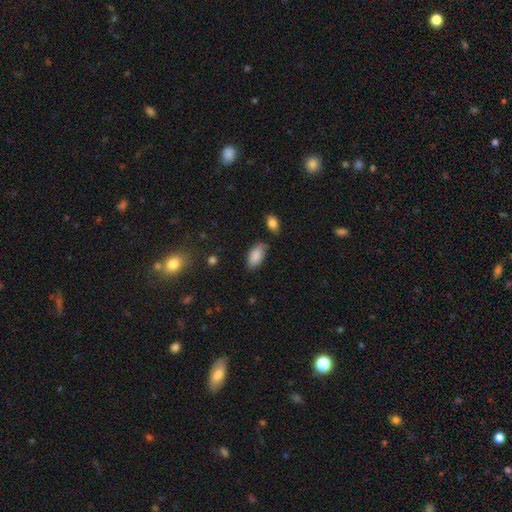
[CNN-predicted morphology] A smooth galaxy with no disk features (87%) that is in between round and cigar-shaped (92%).

Vote fractions:
- Smooth or featured? smooth: 87% / star or artifact: 7% / featured or disk: 6%
- How rounded? in between: 92% / cigar-shaped: 6% / round: 3%
- Merging? none: 74% / minor disturbance: 19% / major disturbance: 4% / merger: 3%